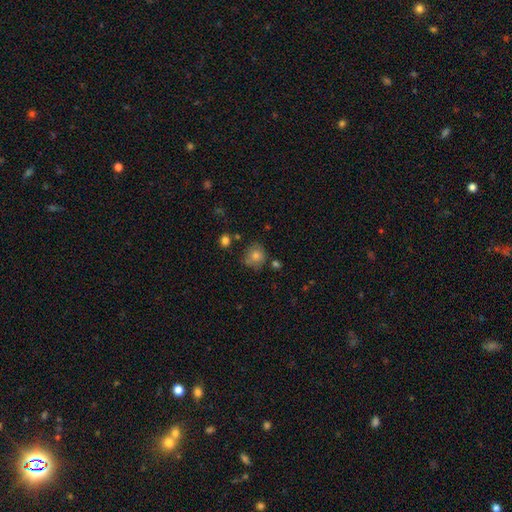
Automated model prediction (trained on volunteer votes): A smooth galaxy with no disk features (75%) that is round (80%). Merging: none (67%).